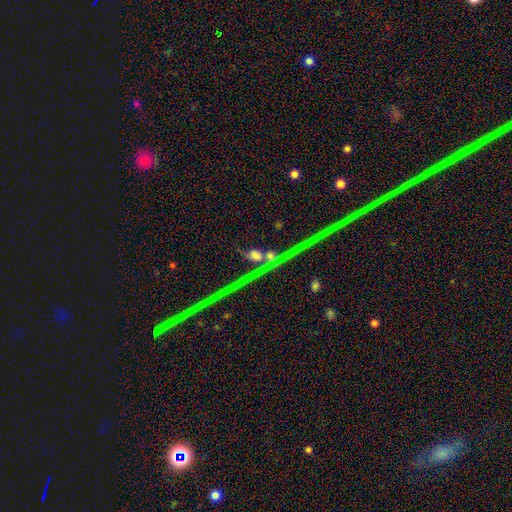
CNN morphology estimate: Smooth or featured? star or artifact (48%)